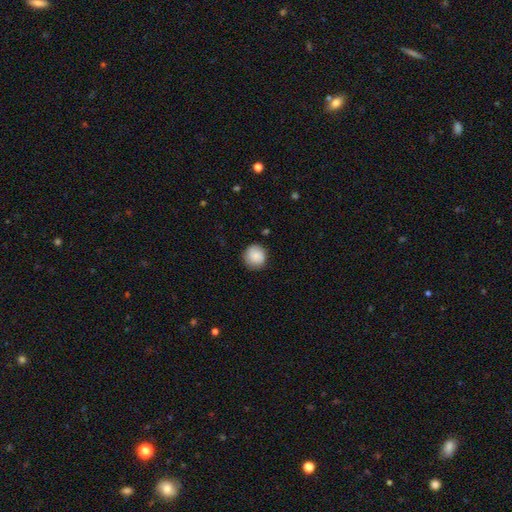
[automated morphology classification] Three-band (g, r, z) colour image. It shows a smooth galaxy with no disk features (86%) that is round (90%). Merging: none (82%).